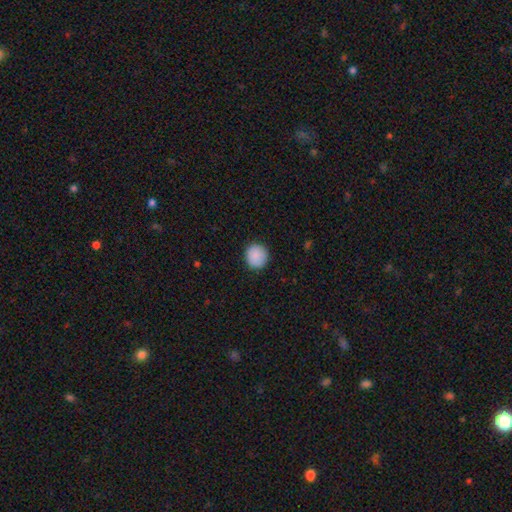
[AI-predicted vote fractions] smooth-or-featured: smooth: 89% | star or artifact: 7% | featured or disk: 4%
  how-rounded: round: 92% | in between: 7% | cigar-shaped: 1%
  merging: none: 89% | minor disturbance: 8% | major disturbance: 2% | merger: 1%